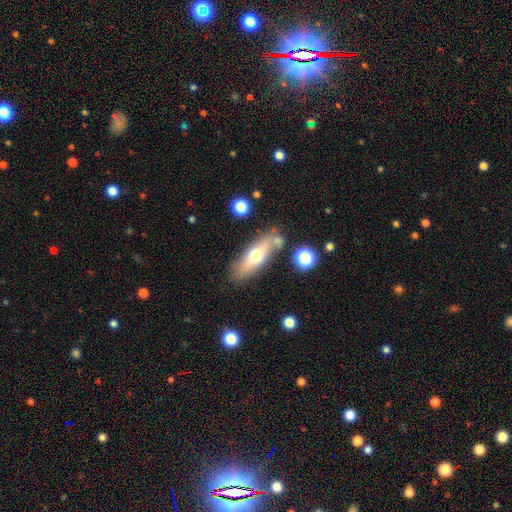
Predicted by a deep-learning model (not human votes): smooth 57%, featured or disk 36%, star or artifact 7%. Down the decision tree: how rounded — in between (55%); merging — none (70%).